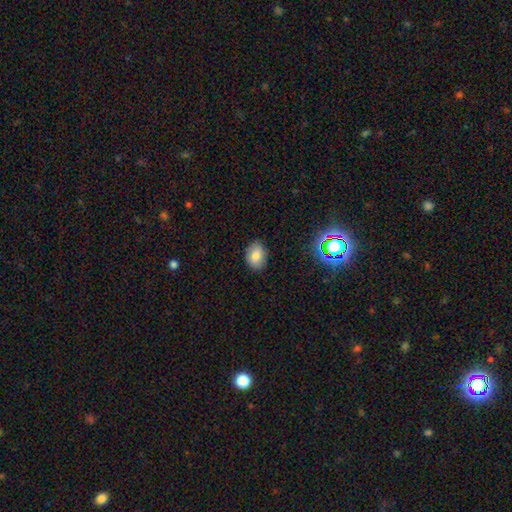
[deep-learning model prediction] Smooth or featured: smooth — 80% (star or artifact — 11%)
How rounded: in between — 73% (round — 26%)
Merging: none — 84% (minor disturbance — 12%)